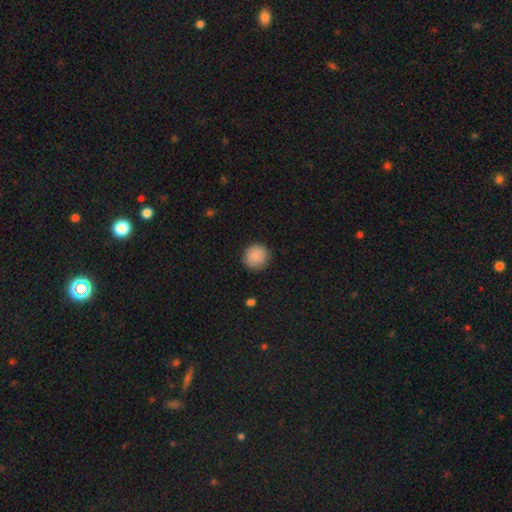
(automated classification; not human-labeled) Overall: smooth (89%). How rounded: round (89%). Merging: none (89%).